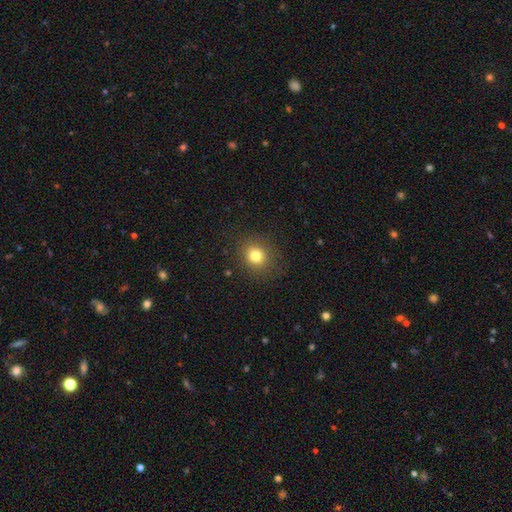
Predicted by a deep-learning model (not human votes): A smooth galaxy with no disk features (79%) that is round (82%).

Vote fractions:
- Smooth or featured? smooth: 79% / star or artifact: 14% / featured or disk: 7%
- How rounded? round: 82% / in between: 17% / cigar-shaped: 1%
- Merging? none: 87% / minor disturbance: 8% / major disturbance: 4% / merger: 1%